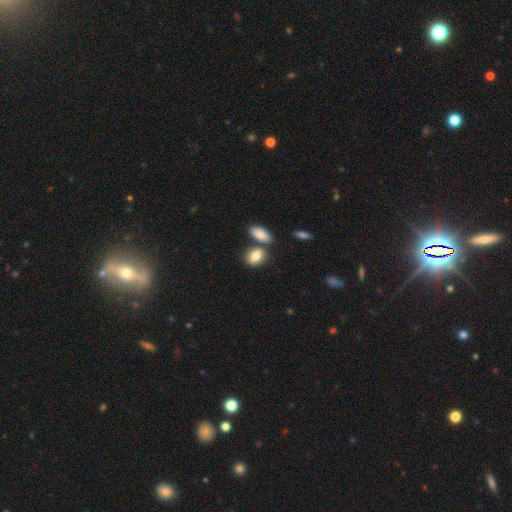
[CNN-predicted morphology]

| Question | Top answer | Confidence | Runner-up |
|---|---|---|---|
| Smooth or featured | smooth | 83% | featured or disk (10%) |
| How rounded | in between | 80% | round (17%) |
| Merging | none | 59% | merger (24%) |